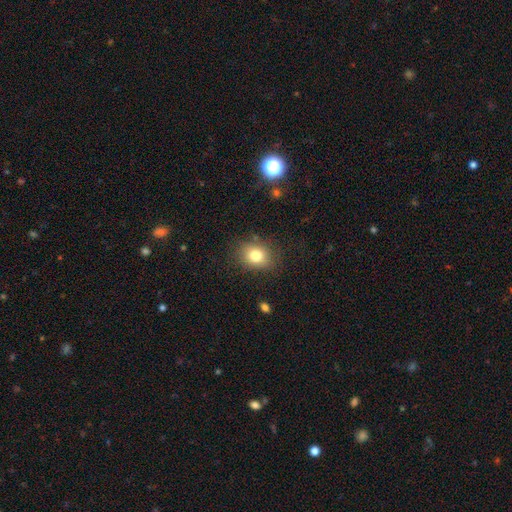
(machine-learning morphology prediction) Smooth or featured? Predicted: smooth (p=0.79). How rounded? Predicted: round (p=0.53). Merging? Predicted: none (p=0.81).